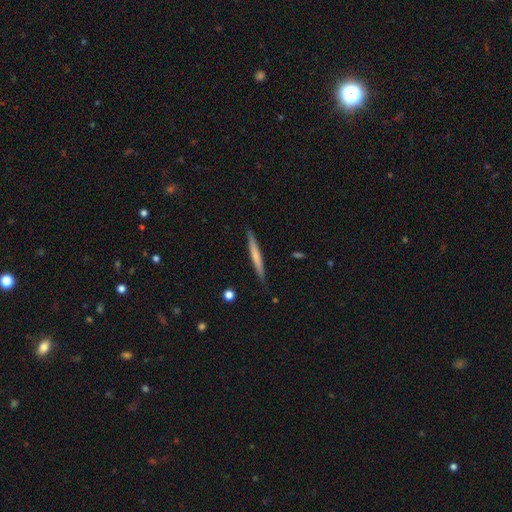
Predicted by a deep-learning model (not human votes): This is possibly a smooth galaxy (56%). How rounded: clearly cigar-shaped (96%). Merging: clearly none (89%).